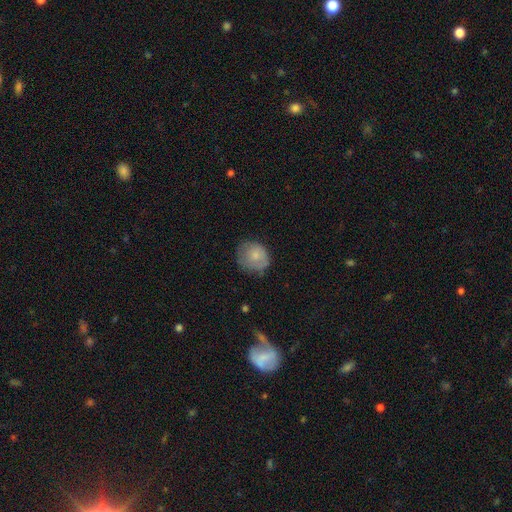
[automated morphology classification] Smooth or featured? smooth (73%)
How rounded? round (74%)
Merging? none (60%)